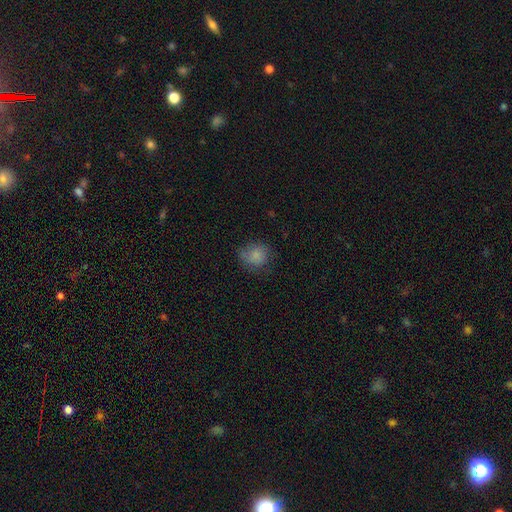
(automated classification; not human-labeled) This is likely a smooth galaxy (77%). How rounded: likely round (74%). Merging: likely none (64%).